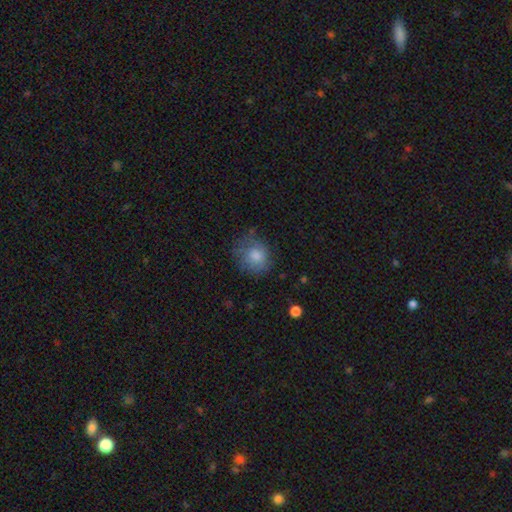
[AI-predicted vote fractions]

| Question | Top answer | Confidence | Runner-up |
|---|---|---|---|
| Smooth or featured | smooth | 73% | featured or disk (18%) |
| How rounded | round | 76% | in between (23%) |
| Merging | none | 61% | minor disturbance (26%) |